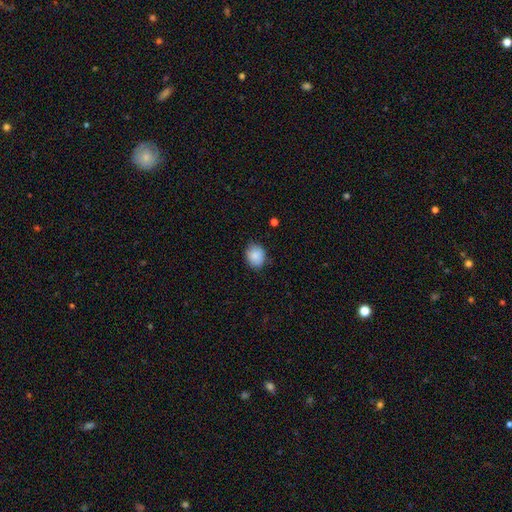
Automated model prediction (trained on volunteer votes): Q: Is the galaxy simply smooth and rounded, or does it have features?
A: smooth — 88%.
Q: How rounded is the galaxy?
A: round — 50%.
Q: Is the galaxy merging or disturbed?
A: none — 80%.